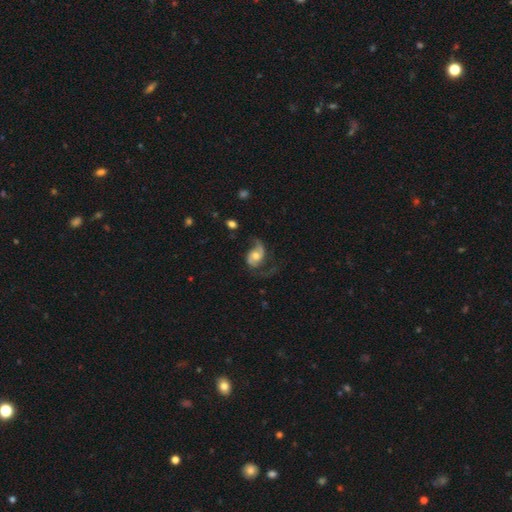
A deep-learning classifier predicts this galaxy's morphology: A featured or disk galaxy (78%) with no bar (65%), 2 (83%) loose (54%) spiral arms (93%) and a moderate central bulge (64%). Merging: none (52%).